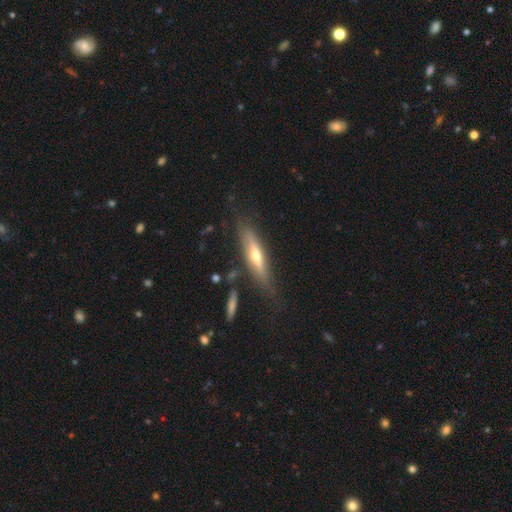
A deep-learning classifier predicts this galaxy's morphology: featured or disk 62%, smooth 32%, star or artifact 7%. Down the decision tree: edge-on disk — yes (89%); edge-on bulge — rounded (88%); merging — none (76%).